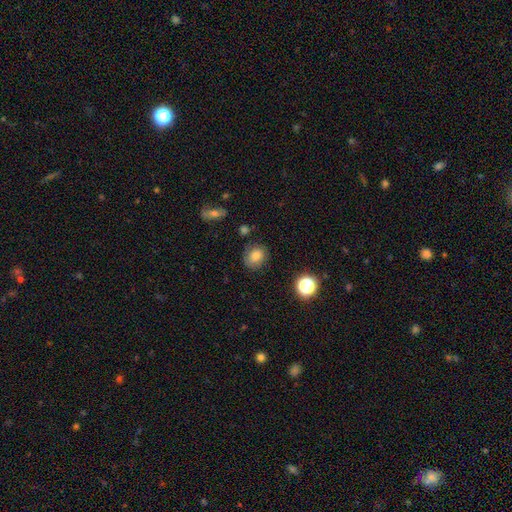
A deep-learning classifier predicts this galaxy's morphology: type=smooth (76%); roundness=round (64%); merging=none (75%).